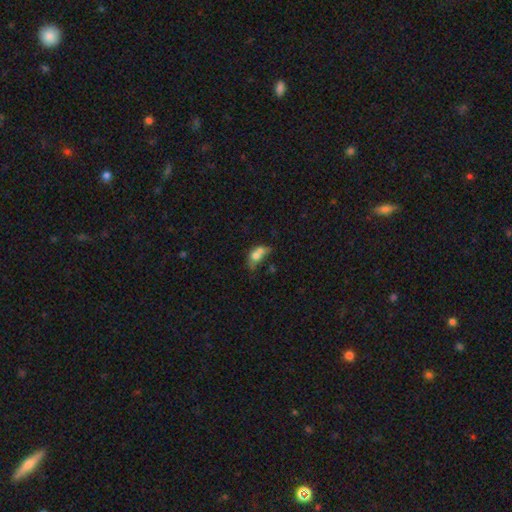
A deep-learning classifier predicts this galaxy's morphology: A smooth galaxy with no disk features (63%) that is in between round and cigar-shaped (64%).

Vote fractions:
- Smooth or featured? smooth: 63% / featured or disk: 26% / star or artifact: 11%
- How rounded? in between: 64% / round: 31% / cigar-shaped: 5%
- Merging? merger: 56% / none: 18% / major disturbance: 14% / minor disturbance: 12%